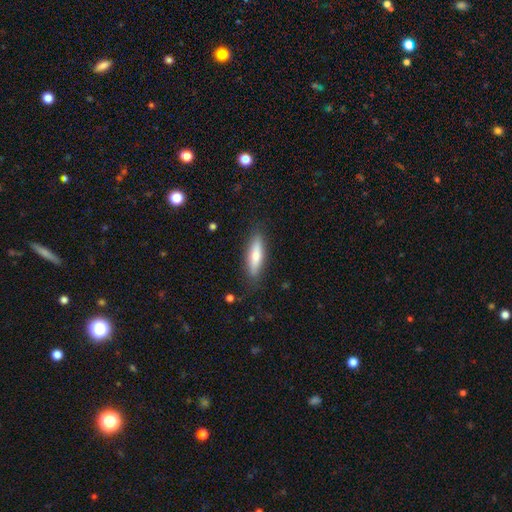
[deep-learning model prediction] Morphology: type=smooth (65%); roundness=cigar-shaped (71%); merging=none (85%).